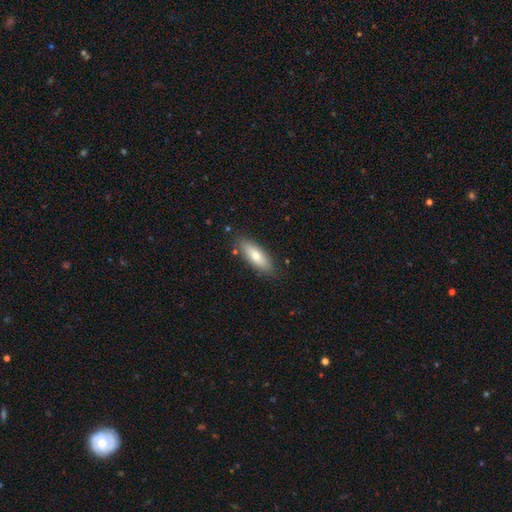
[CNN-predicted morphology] This appears to be a smooth galaxy with no disk features (72%) that is in between round and cigar-shaped (66%). Merging: none (84%).